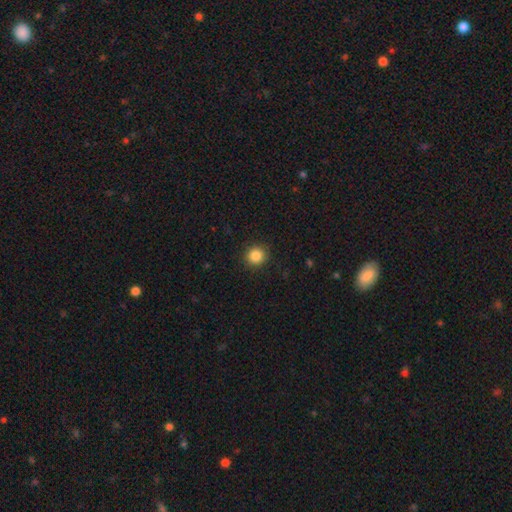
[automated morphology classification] A smooth galaxy with no disk features (86%) that is round (92%).

Vote fractions:
- Smooth or featured? smooth: 86% / star or artifact: 10% / featured or disk: 3%
- How rounded? round: 92% / in between: 7% / cigar-shaped: 1%
- Merging? none: 91% / minor disturbance: 6% / major disturbance: 2% / merger: 1%